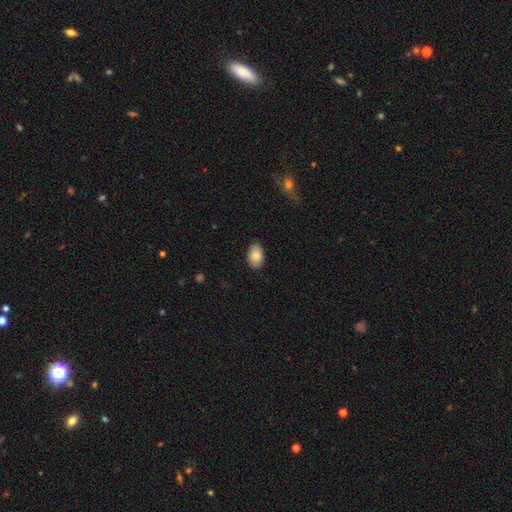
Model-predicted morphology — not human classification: smooth-or-featured: smooth: 85% | featured or disk: 8% | star or artifact: 7%
  how-rounded: in between: 90% | round: 9% | cigar-shaped: 1%
  merging: none: 87% | minor disturbance: 11% | major disturbance: 2% | merger: 1%